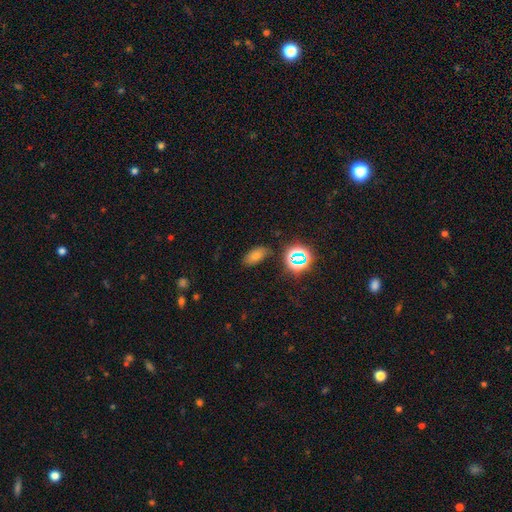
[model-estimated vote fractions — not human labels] The model was most divided on "smooth or featured": smooth: 57%, star or artifact: 33%, featured or disk: 10%. More confident: how rounded — in between (85%); merging — none (83%).